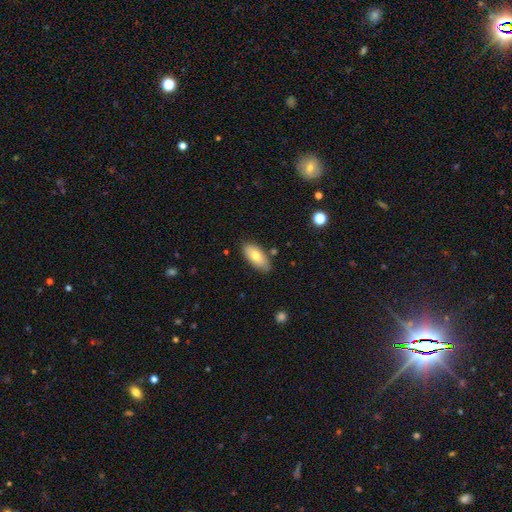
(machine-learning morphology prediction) smooth-or-featured: smooth: 73% | featured or disk: 21% | star or artifact: 6%
  how-rounded: in between: 90% | cigar-shaped: 7% | round: 2%
  merging: none: 82% | minor disturbance: 13% | merger: 3% | major disturbance: 2%